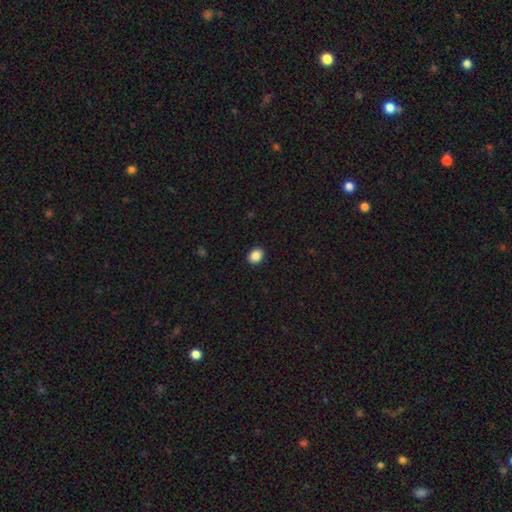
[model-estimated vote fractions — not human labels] Q: Smooth or featured?
A: smooth (88%); runner-up: star or artifact (9%)
Q: How rounded?
A: round (54%); runner-up: in between (45%)
Q: Merging?
A: none (91%); runner-up: minor disturbance (6%)